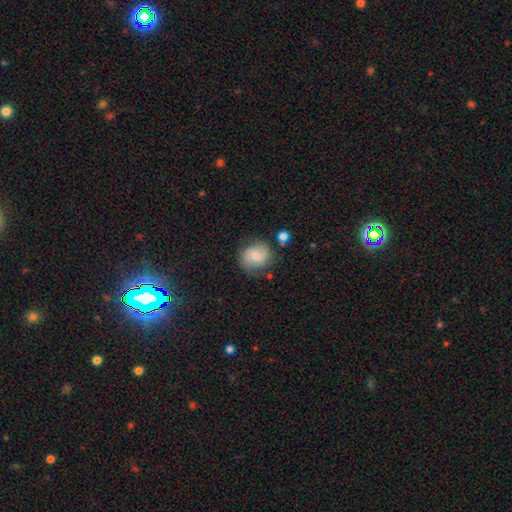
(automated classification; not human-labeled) A smooth galaxy with no disk features (61%) that is round (76%).

Vote fractions:
- Smooth or featured? smooth: 61% / featured or disk: 30% / star or artifact: 9%
- How rounded? round: 76% / in between: 23% / cigar-shaped: 1%
- Merging? none: 70% / minor disturbance: 20% / major disturbance: 7% / merger: 4%